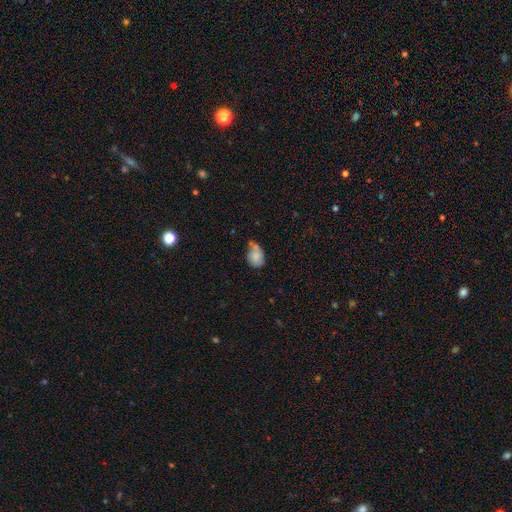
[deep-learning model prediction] Smooth or featured? smooth (76%)
How rounded? in between (65%)
Merging? none (35%)